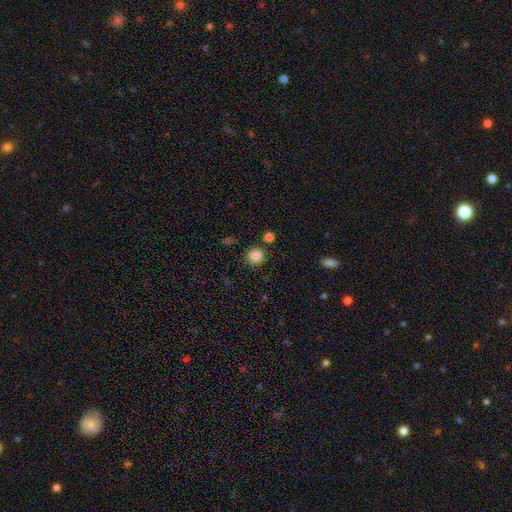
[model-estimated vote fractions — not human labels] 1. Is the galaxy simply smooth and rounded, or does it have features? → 84% smooth, 11% star or artifact, 5% featured or disk.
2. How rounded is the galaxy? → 90% round, 9% in between, 1% cigar-shaped.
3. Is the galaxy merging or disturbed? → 84% none, 8% minor disturbance, 5% merger, 3% major disturbance.